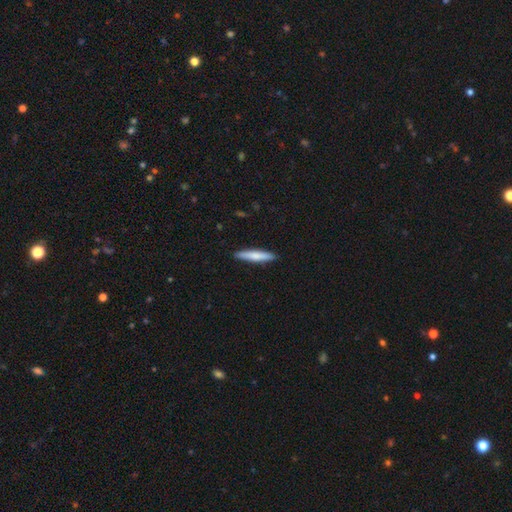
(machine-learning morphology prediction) smooth-or-featured: smooth: 73% | featured or disk: 22% | star or artifact: 5%
  how-rounded: cigar-shaped: 91% | in between: 8% | round: 1%
  merging: none: 91% | minor disturbance: 7% | major disturbance: 1% | merger: 1%